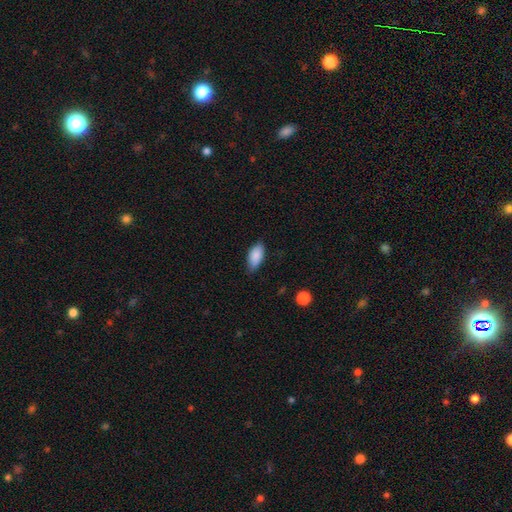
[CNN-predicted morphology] A smooth galaxy with no disk features (88%) that is in between round and cigar-shaped (91%).

Vote fractions:
- Smooth or featured? smooth: 88% / star or artifact: 7% / featured or disk: 6%
- How rounded? in between: 91% / cigar-shaped: 6% / round: 2%
- Merging? none: 78% / minor disturbance: 18% / major disturbance: 3% / merger: 1%